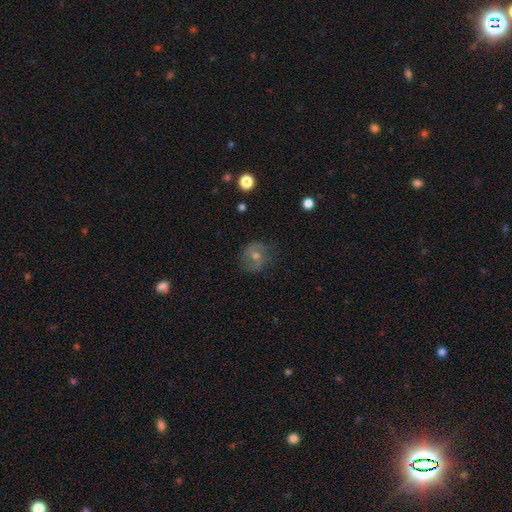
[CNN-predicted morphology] featured or disk 51%, smooth 34%, star or artifact 15%. Down the decision tree: edge-on disk — no (96%); merging — none (76%).